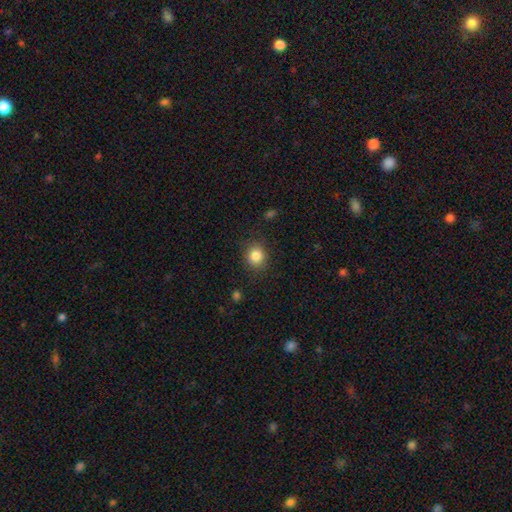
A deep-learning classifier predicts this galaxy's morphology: This is clearly a smooth galaxy (85%). How rounded: clearly round (84%). Merging: clearly none (85%).